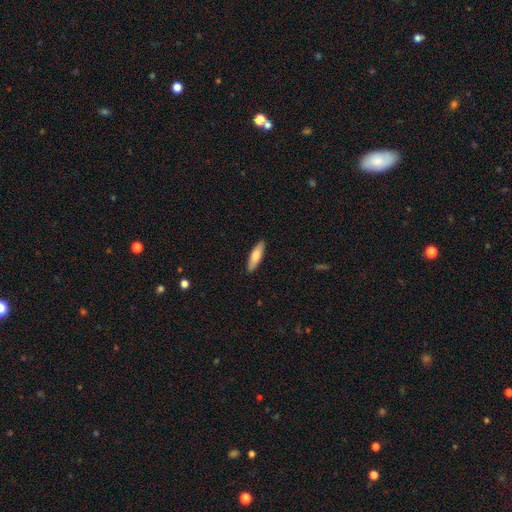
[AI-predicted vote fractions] Smooth or featured? Predicted: smooth (p=0.75). How rounded? Predicted: cigar-shaped (p=0.64). Merging? Predicted: none (p=0.90).